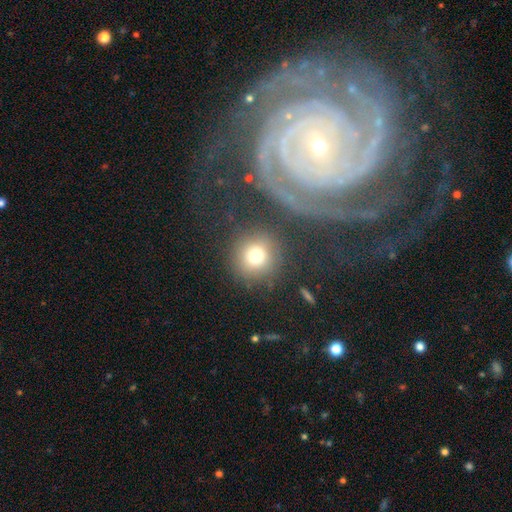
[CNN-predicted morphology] The model was most divided on "smooth or featured": smooth: 75%, star or artifact: 15%, featured or disk: 11%. More confident: how rounded — round (91%); merging — none (80%).